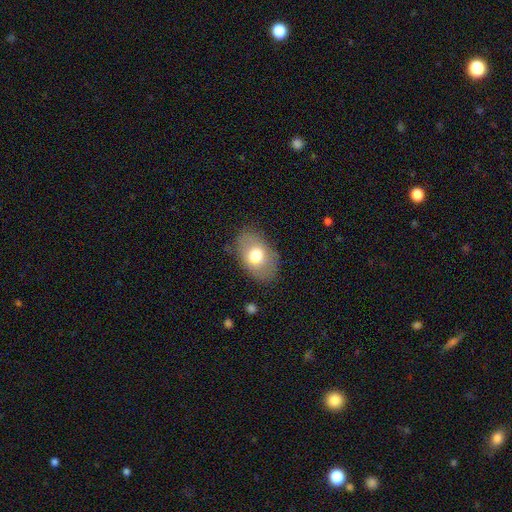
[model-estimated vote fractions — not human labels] This is likely a smooth galaxy (69%). How rounded: clearly in between (86%). Merging: likely none (78%).